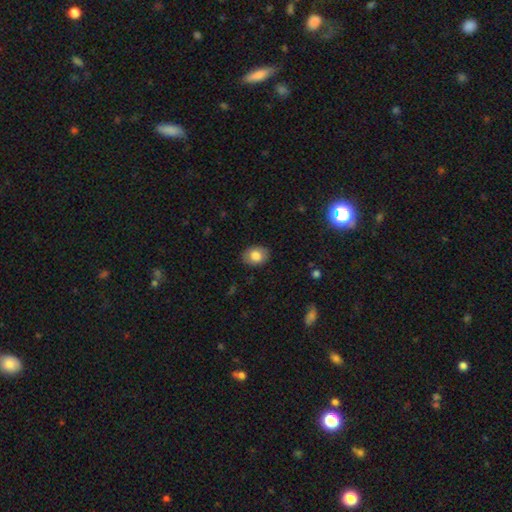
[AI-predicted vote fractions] A smooth galaxy with no disk features (80%) that is in between round and cigar-shaped (69%). Merging: none (86%).